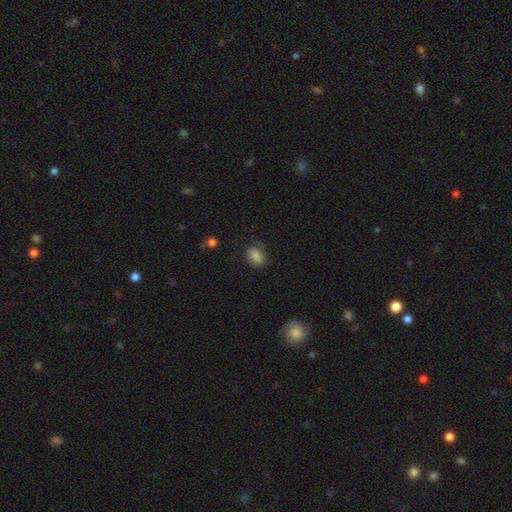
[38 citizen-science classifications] Smooth or featured? 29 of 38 (76%) said smooth. How rounded? 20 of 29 (69%) said in between. Merging? 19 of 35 (54%) said none.